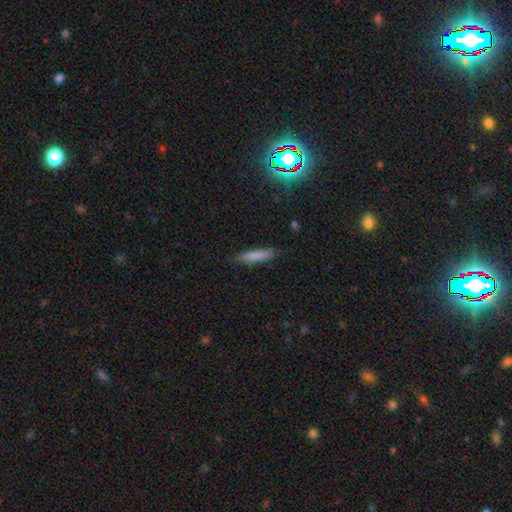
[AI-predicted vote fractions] A smooth galaxy with no disk features (81%) that is cigar-shaped (82%). Merging: none (82%).